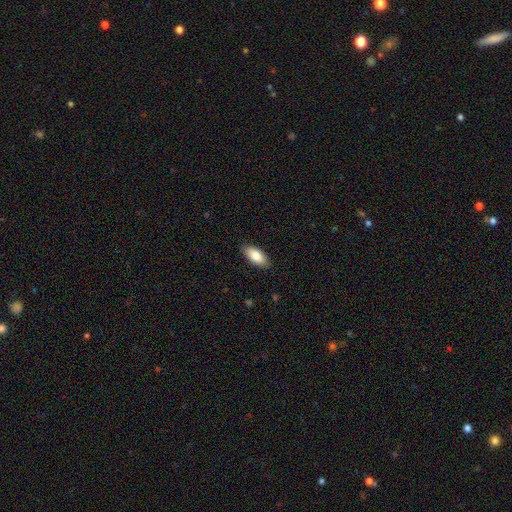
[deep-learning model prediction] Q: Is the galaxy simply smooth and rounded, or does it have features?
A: smooth — 82%.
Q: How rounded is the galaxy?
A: in between — 88%.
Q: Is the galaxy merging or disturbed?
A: none — 88%.